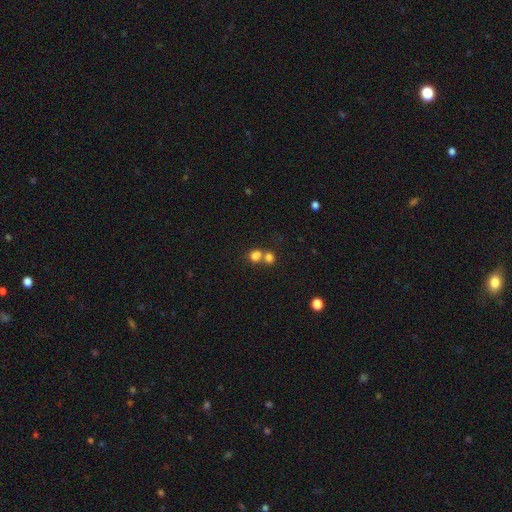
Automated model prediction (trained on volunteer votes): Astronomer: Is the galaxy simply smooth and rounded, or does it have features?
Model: smooth — 78%.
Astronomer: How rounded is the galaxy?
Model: round — 68%.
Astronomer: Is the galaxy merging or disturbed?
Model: merger — 54% (runner-up: none, 36%).